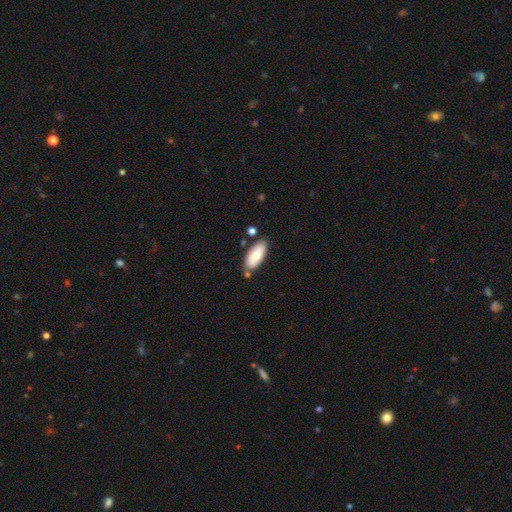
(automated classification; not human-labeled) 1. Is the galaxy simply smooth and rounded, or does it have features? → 72% smooth, 22% featured or disk, 6% star or artifact.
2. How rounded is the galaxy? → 87% in between, 11% cigar-shaped, 2% round.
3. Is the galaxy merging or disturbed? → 75% none, 15% minor disturbance, 8% merger, 3% major disturbance.